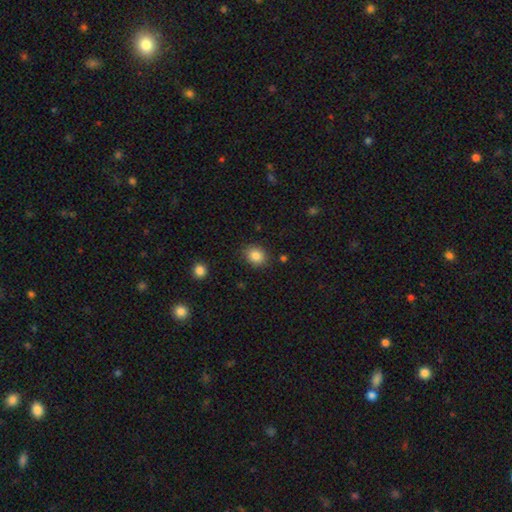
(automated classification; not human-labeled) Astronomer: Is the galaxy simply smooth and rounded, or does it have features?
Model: smooth — 86%.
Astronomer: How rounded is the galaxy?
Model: round — 61% (runner-up: in between, 38%).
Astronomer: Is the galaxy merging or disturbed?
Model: none — 85%.